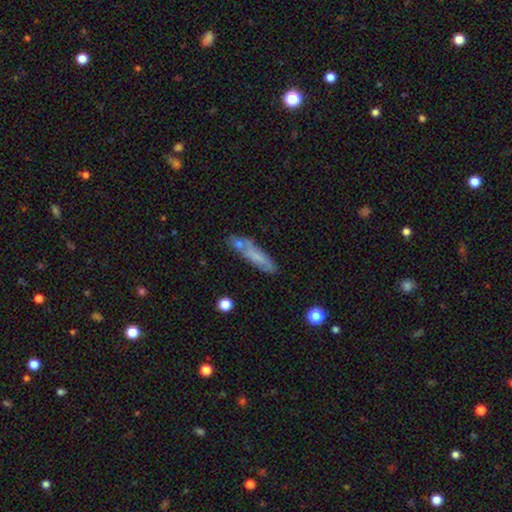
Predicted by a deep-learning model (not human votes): smooth-or-featured: smooth: 61% | featured or disk: 30% | star or artifact: 9%
  how-rounded: cigar-shaped: 75% | in between: 23% | round: 2%
  merging: none: 58% | minor disturbance: 20% | merger: 16% | major disturbance: 7%